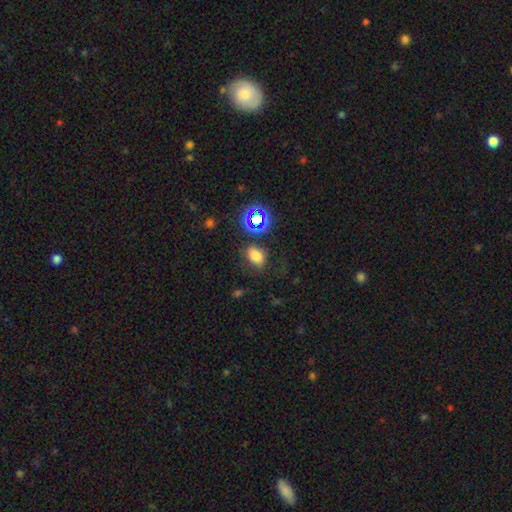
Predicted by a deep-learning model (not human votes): This is likely a smooth galaxy (70%). How rounded: likely in between (76%). Merging: likely none (69%).